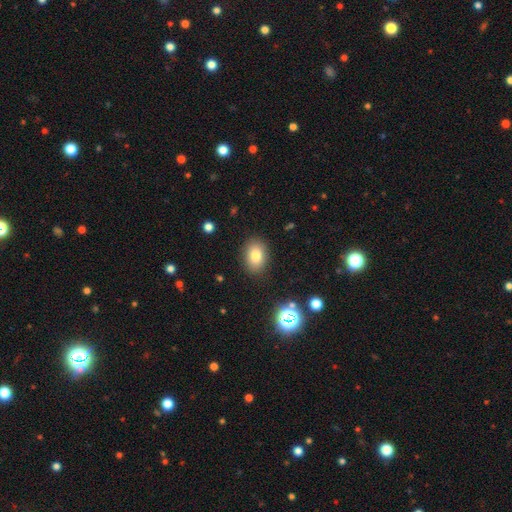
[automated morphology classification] Smooth or featured? Predicted: smooth (p=0.79). How rounded? Predicted: in between (p=0.76). Merging? Predicted: none (p=0.87).